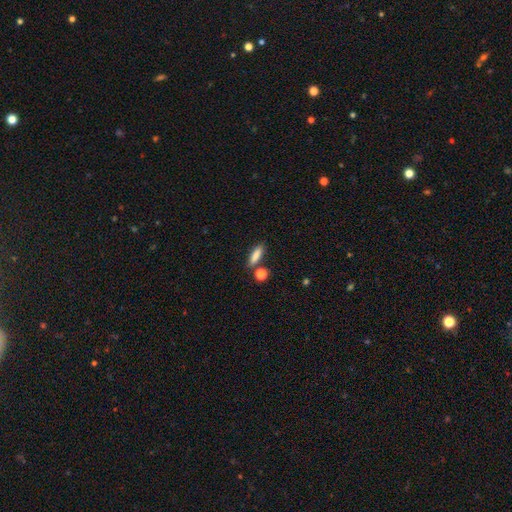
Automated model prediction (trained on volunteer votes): This is clearly a smooth galaxy (85%). How rounded: possibly cigar-shaped (50%). Merging: likely none (75%).